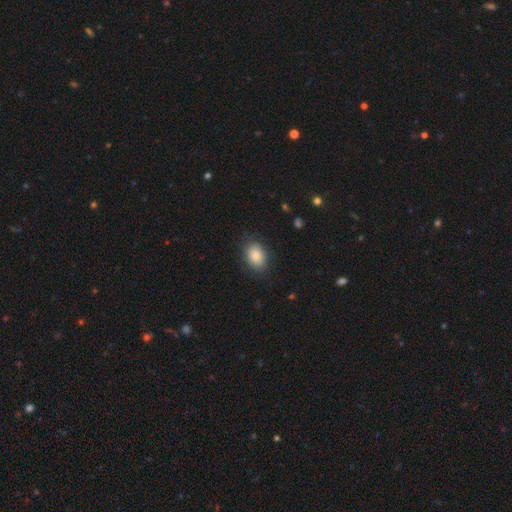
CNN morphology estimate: This appears to be a smooth galaxy with no disk features (84%) that is in between round and cigar-shaped (75%). Merging: none (81%).